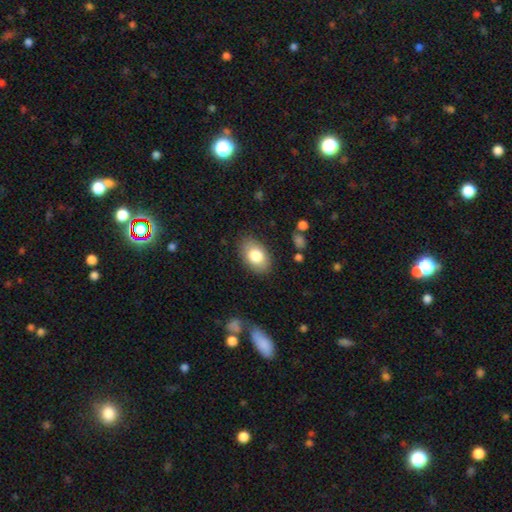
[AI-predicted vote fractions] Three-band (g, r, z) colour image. It shows a smooth galaxy with no disk features (79%) that is in between round and cigar-shaped (87%). Merging: none (84%).